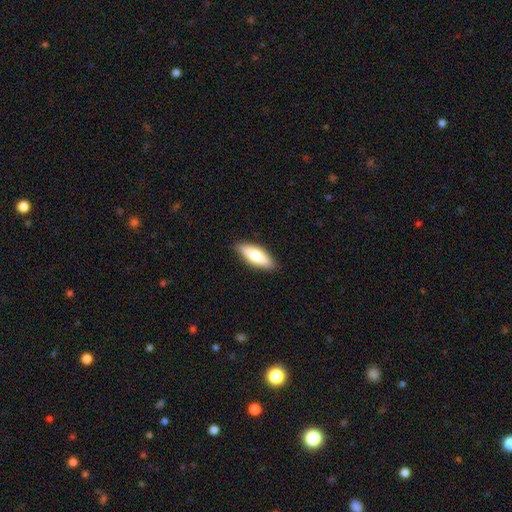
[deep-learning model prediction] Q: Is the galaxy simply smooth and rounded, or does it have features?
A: smooth — 71%.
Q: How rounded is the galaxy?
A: in between — 66%.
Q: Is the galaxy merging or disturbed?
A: none — 88%.